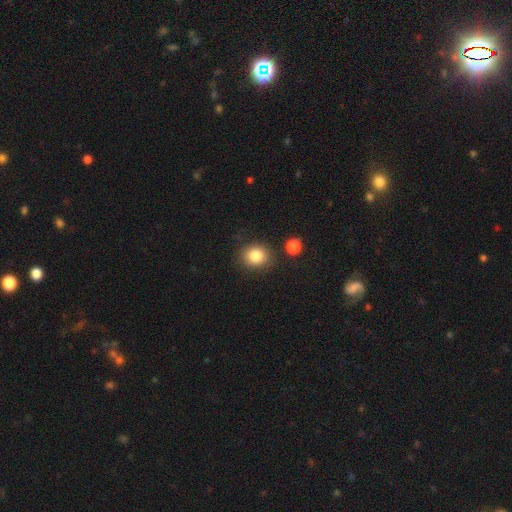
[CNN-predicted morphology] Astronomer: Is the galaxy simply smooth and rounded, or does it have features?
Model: smooth — 83%.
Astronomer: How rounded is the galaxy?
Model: round — 78%.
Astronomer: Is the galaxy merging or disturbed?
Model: none — 83%.